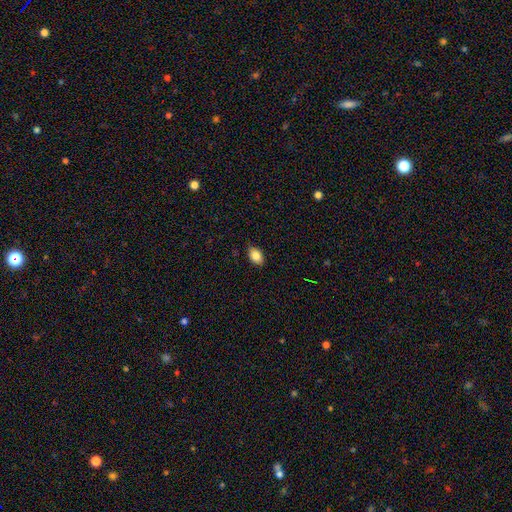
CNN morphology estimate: This appears to be a smooth galaxy with no disk features (85%) that is in between round and cigar-shaped (84%). Merging: none (85%).